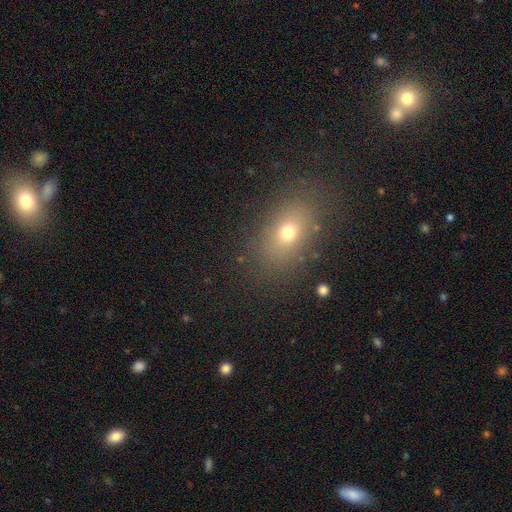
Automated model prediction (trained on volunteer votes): This appears to be a smooth galaxy with no disk features (66%) that is in between round and cigar-shaped (73%). Merging: none (85%).